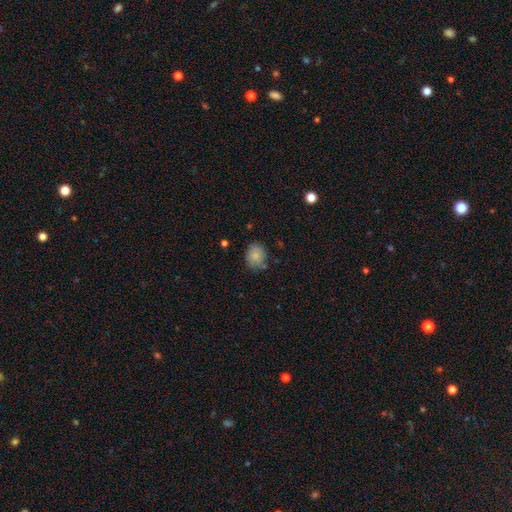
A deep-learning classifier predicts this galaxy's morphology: Smooth or featured?
  - smooth: 85% *
  - star or artifact: 8%
  - featured or disk: 7%
How rounded?
  - round: 59% *
  - in between: 41%
  - cigar-shaped: 1%
Merging?
  - none: 76% *
  - minor disturbance: 16%
  - merger: 4%
  - major disturbance: 4%